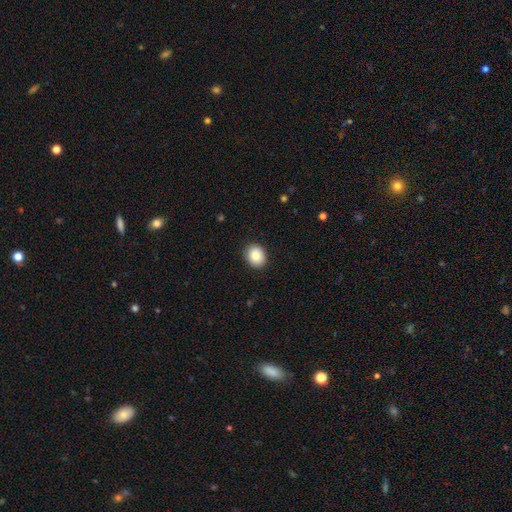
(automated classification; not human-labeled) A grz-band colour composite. It shows a smooth galaxy with no disk features (82%) that is round (64%). Merging: none (90%).